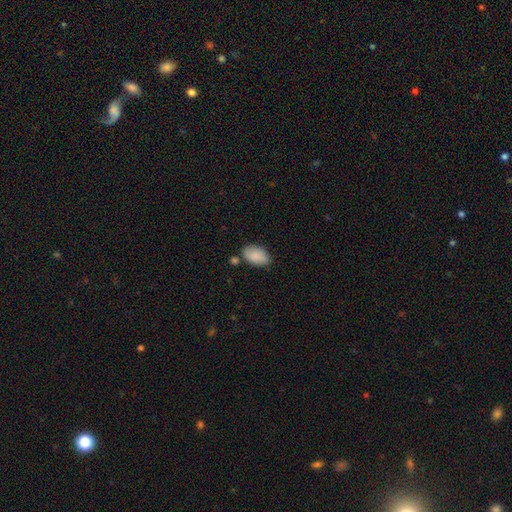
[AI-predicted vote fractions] This is clearly a smooth galaxy (85%). How rounded: clearly in between (93%). Merging: likely none (70%).